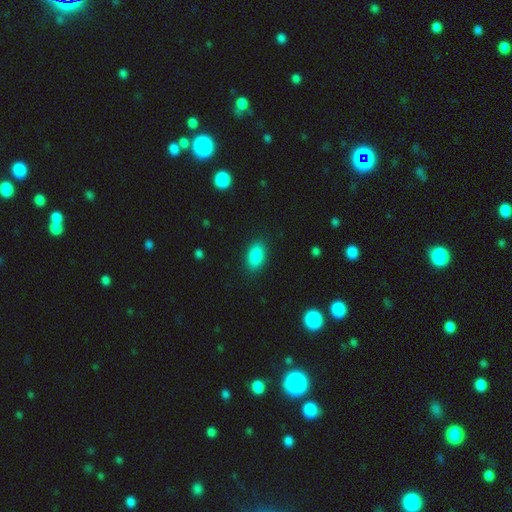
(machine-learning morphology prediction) Smooth or featured? smooth (87%)
How rounded? in between (91%)
Merging? none (88%)